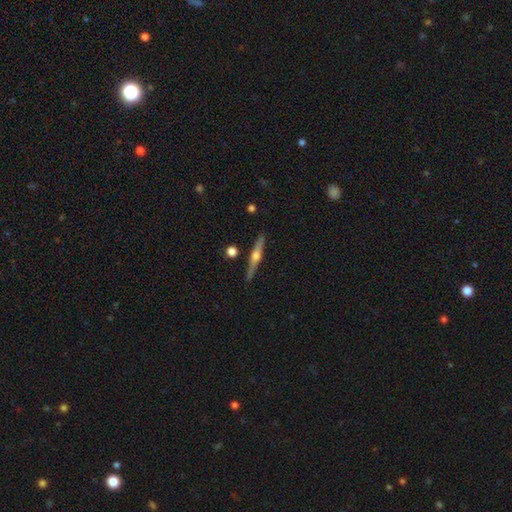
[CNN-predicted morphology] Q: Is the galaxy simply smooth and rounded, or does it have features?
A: featured or disk — 74%.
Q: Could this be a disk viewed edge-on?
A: yes — 98%.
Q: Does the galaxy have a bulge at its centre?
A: rounded — 94%.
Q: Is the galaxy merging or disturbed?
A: none — 89%.